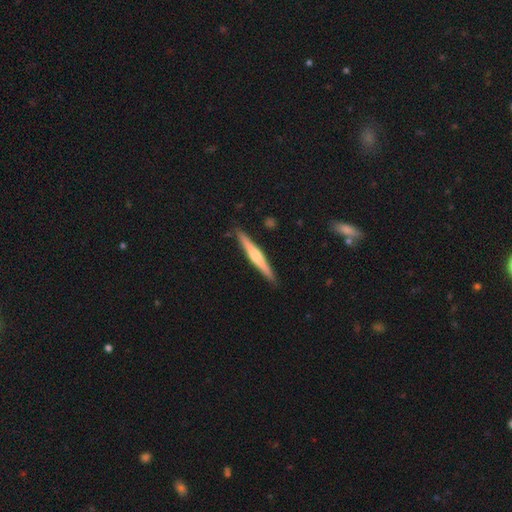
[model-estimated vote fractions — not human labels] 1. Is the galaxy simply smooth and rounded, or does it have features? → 60% featured or disk, 35% smooth, 5% star or artifact.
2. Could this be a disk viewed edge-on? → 98% yes, 2% no.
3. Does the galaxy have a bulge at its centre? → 74% rounded, 16% none, 10% boxy.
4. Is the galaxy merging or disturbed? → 90% none, 7% minor disturbance, 1% major disturbance, 1% merger.